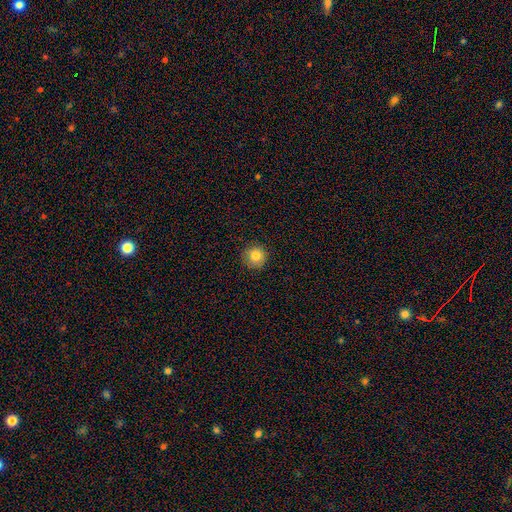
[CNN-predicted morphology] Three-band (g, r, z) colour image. It shows a smooth galaxy with no disk features (82%) that is round (95%). Merging: none (90%).